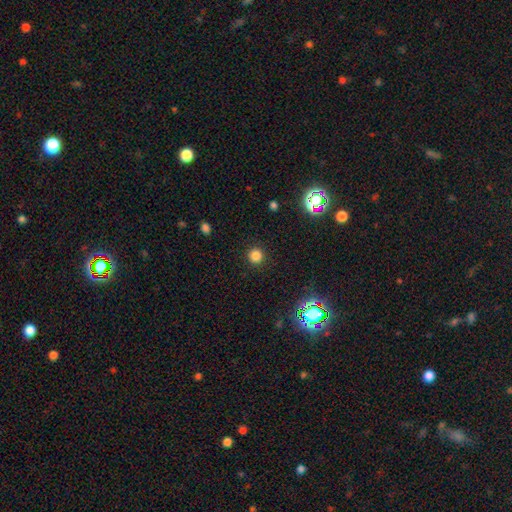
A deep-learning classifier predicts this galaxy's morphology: The model was most divided on "smooth or featured": smooth: 80%, star or artifact: 16%, featured or disk: 4%. More confident: how rounded — round (95%); merging — none (91%).